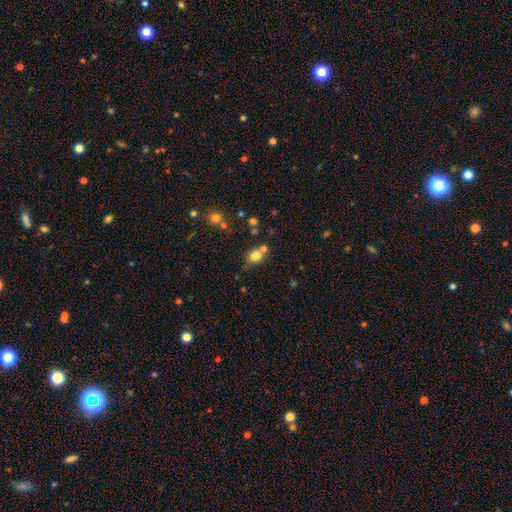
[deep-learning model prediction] This appears to be a smooth galaxy with no disk features (78%) that is round (68%). Merging: none (63%).